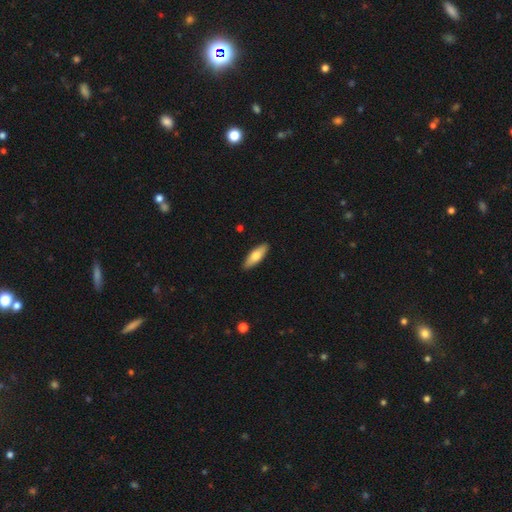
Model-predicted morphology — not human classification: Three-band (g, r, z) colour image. It shows a smooth galaxy with no disk features (72%) that is in between round and cigar-shaped (56%). Merging: none (90%).